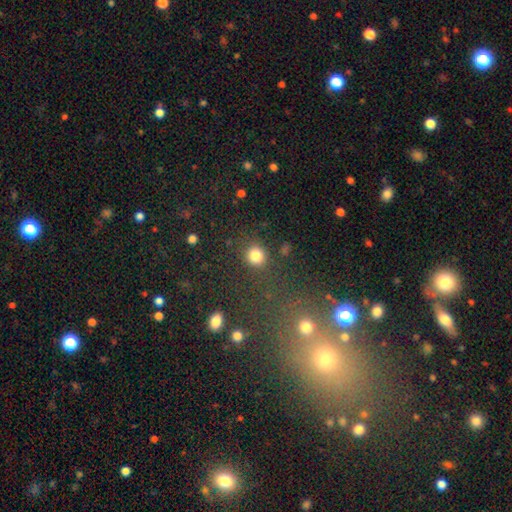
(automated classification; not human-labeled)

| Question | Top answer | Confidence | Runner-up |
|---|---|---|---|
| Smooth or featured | smooth | 82% | star or artifact (13%) |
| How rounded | round | 85% | in between (14%) |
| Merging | none | 82% | minor disturbance (9%) |